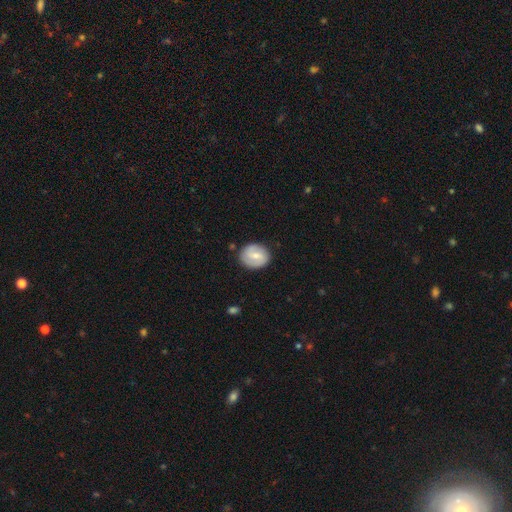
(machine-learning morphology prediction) This appears to be a smooth galaxy with no disk features (47%, tied with featured or disk). Merging: none (82%).